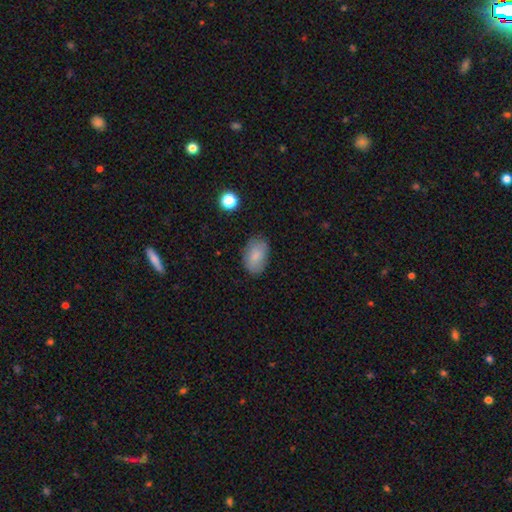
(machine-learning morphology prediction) The model was most divided on "merging": none: 81%, minor disturbance: 14%, major disturbance: 3%, merger: 1%. More confident: how rounded — in between (90%); smooth or featured — smooth (83%).